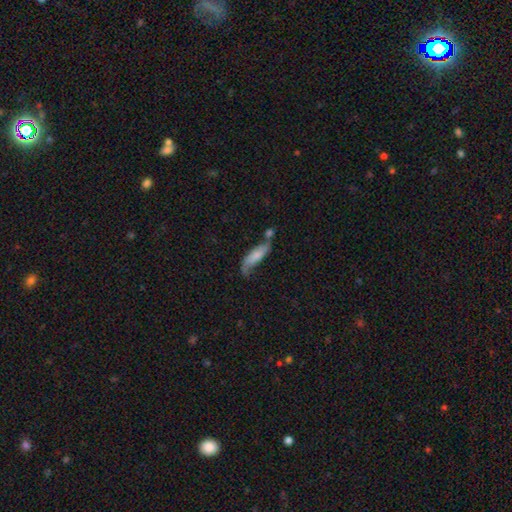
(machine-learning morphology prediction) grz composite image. It shows a smooth galaxy with no disk features (58%) that is cigar-shaped (53%). Merging: none (40%).